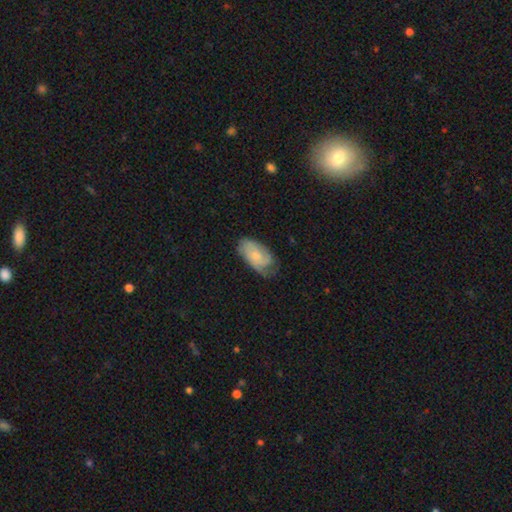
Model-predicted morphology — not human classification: type=featured or disk (53%); edge-on=no (95%); bar=no (77%); spiral arms=yes (85%); bulge=small (55%); merging=none (58%).